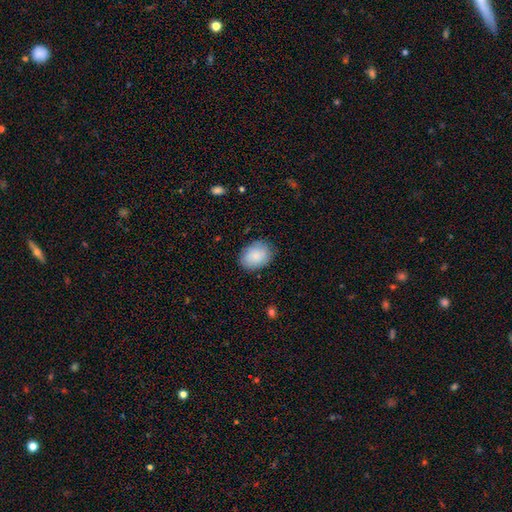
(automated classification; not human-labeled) Morphology: type=smooth (86%); roundness=in between (72%); merging=none (83%).